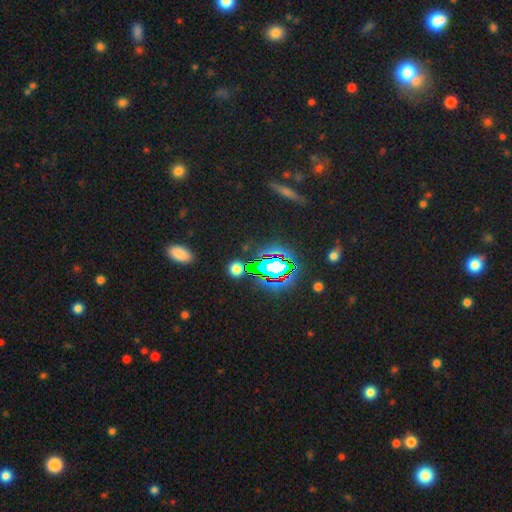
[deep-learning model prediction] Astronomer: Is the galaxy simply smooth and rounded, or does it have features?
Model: star or artifact — 75%.